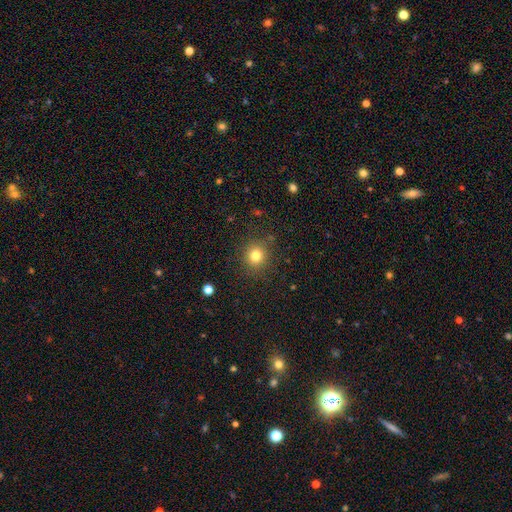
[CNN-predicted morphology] A smooth galaxy with no disk features (80%) that is round (90%).

Vote fractions:
- Smooth or featured? smooth: 80% / star or artifact: 13% / featured or disk: 7%
- How rounded? round: 90% / in between: 9% / cigar-shaped: 1%
- Merging? none: 87% / minor disturbance: 8% / major disturbance: 3% / merger: 2%